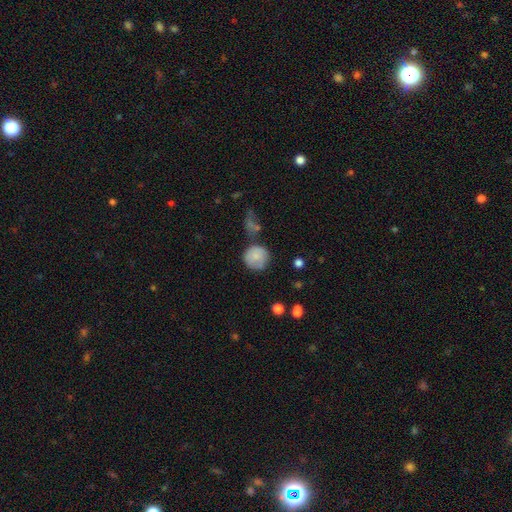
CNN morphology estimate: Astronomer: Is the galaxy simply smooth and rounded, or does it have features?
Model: smooth — 79%.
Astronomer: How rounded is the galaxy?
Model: round — 89%.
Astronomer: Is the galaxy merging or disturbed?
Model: none — 64%.